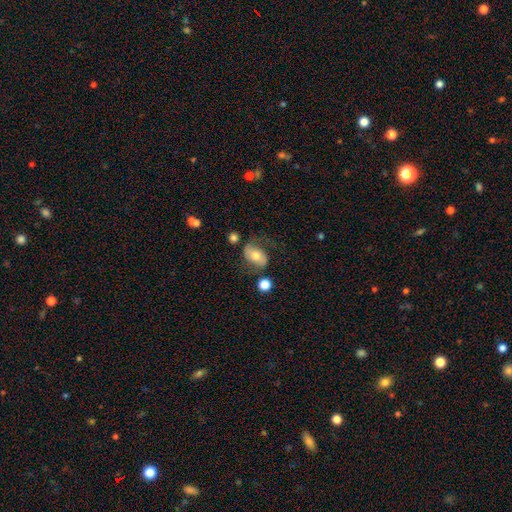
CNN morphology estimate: smooth 53%, featured or disk 38%, star or artifact 8%. Down the decision tree: how rounded — in between (85%); merging — none (57%).